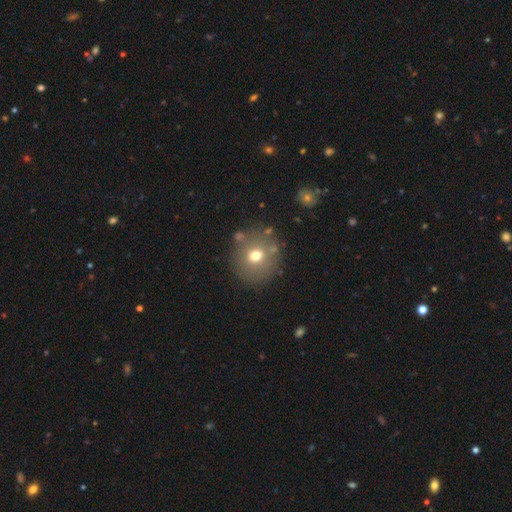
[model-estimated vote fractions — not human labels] Overall: smooth (66%). How rounded: round (88%). Merging: none (79%).